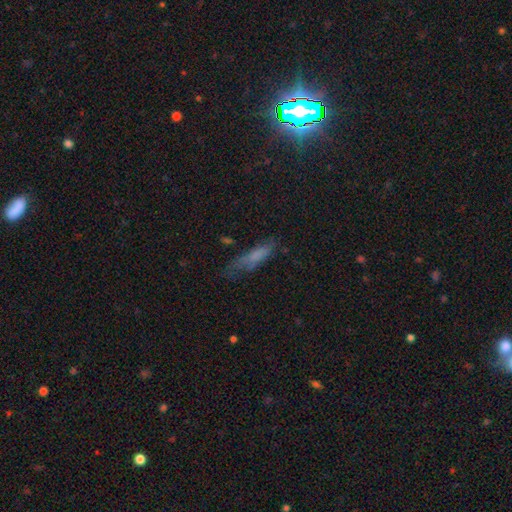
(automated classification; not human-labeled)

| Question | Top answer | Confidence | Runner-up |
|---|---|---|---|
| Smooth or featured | smooth | 63% | featured or disk (24%) |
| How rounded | cigar-shaped | 71% | in between (26%) |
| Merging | none | 51% | minor disturbance (30%) |